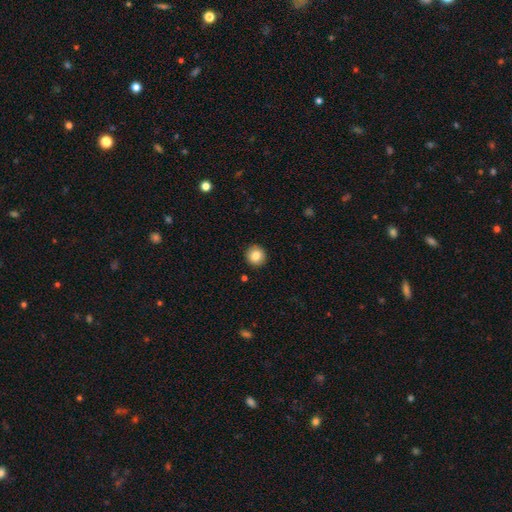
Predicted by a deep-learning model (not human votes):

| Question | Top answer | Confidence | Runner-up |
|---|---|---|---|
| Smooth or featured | smooth | 85% | star or artifact (9%) |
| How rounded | round | 94% | in between (5%) |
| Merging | none | 93% | minor disturbance (5%) |